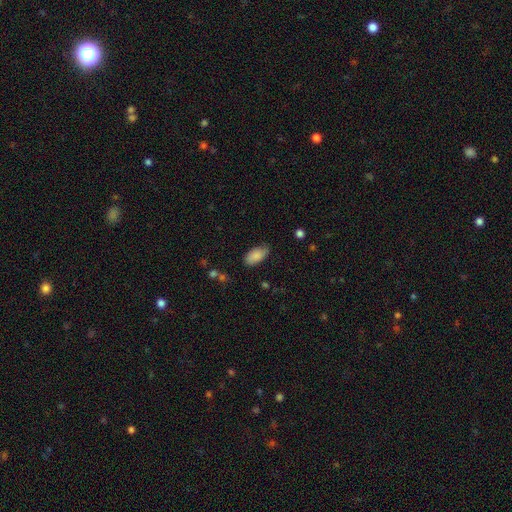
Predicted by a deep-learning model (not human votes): This is clearly a smooth galaxy (86%). How rounded: clearly in between (94%). Merging: likely none (73%).